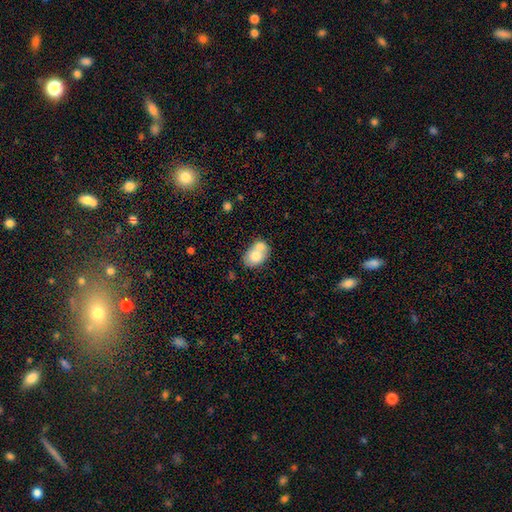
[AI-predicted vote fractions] A smooth galaxy with no disk features (73%) that is in between round and cigar-shaped (66%).

Vote fractions:
- Smooth or featured? smooth: 73% / featured or disk: 20% / star or artifact: 7%
- How rounded? in between: 66% / round: 32% / cigar-shaped: 1%
- Merging? merger: 54% / none: 31% / minor disturbance: 11% / major disturbance: 4%